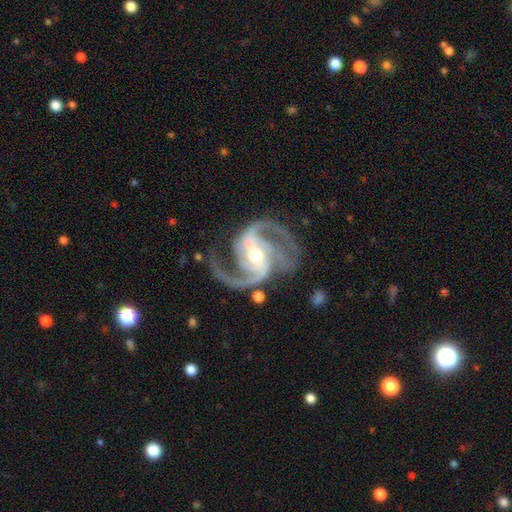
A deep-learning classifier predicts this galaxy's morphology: Overall: featured or disk (94%). Edge-on disk: no (98%). Bar: weak (40%; strong 35%). Spiral arms: yes (99%). Spiral arm count: 2 (52%; 3 33%). Spiral winding: medium (64%). Bulge size: moderate (64%; small 30%). Merging: none (70%).